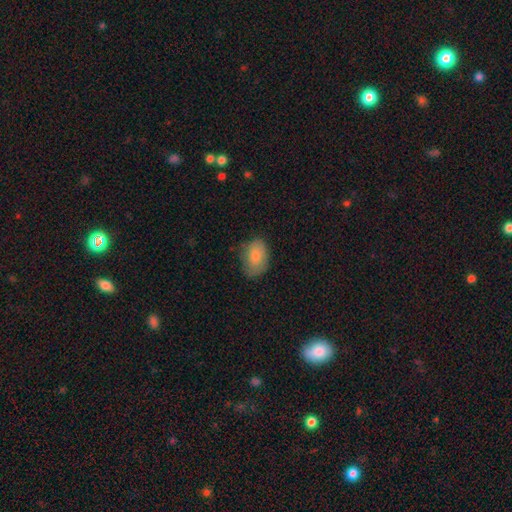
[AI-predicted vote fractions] This appears to be a smooth galaxy with no disk features (82%) that is in between round and cigar-shaped (83%). Merging: none (67%).